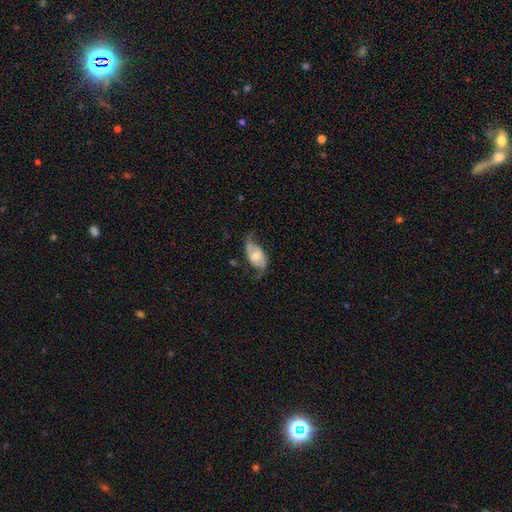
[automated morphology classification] Smooth or featured?
  - featured or disk: 71% *
  - smooth: 22%
  - star or artifact: 7%
Edge-on disk?
  - no: 93% *
  - yes: 7%
Bar?
  - no: 52% *
  - weak: 36%
  - strong: 12%
Spiral arms?
  - yes: 88% *
  - no: 12%
Spiral winding?
  - loose: 61% *
  - medium: 29%
  - tight: 10%
Spiral arm count?
  - 2: 88% *
  - can't tell: 6%
  - 1: 3%
  - 3: 1%
  - 4: 1%
  - more than 4: 1%
Bulge size?
  - moderate: 59% *
  - small: 29%
  - large: 8%
  - none: 3%
  - dominant: 2%
Merging?
  - none: 63% *
  - minor disturbance: 22%
  - major disturbance: 14%
  - merger: 2%